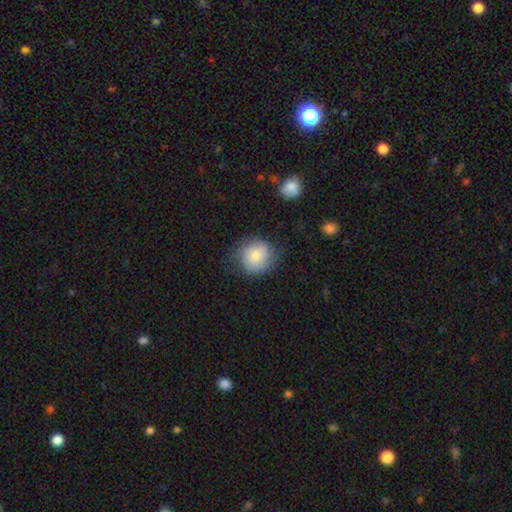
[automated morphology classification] A smooth galaxy with no disk features (67%) that is round (85%). Merging: none (70%).